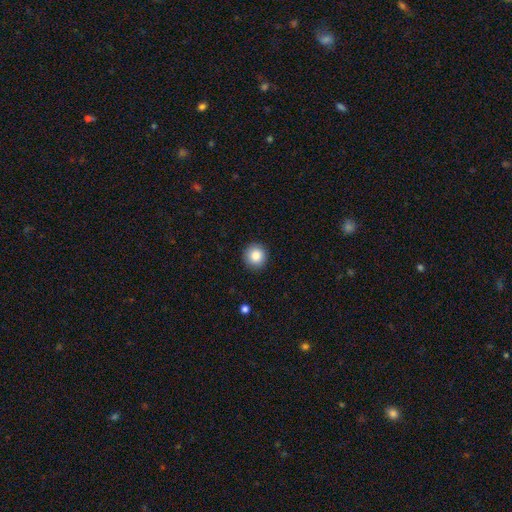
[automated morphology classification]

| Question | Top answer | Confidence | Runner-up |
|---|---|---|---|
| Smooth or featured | smooth | 86% | star or artifact (9%) |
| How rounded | round | 93% | in between (6%) |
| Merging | none | 91% | minor disturbance (6%) |